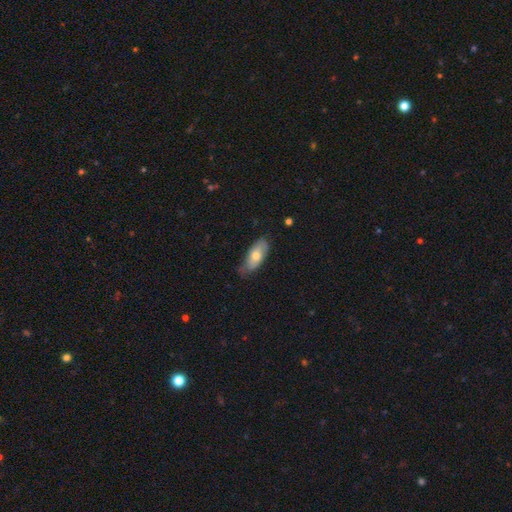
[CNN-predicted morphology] This is likely a smooth galaxy (64%). How rounded: clearly in between (83%). Merging: likely none (64%).